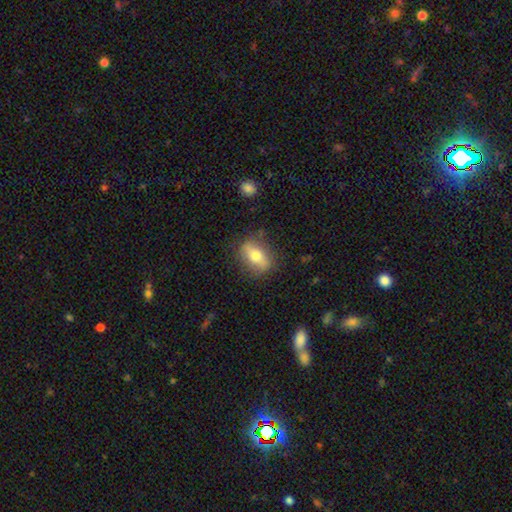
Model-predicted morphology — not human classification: Overall: smooth (59%; featured or disk 34%). How rounded: in between (76%). Merging: none (77%).